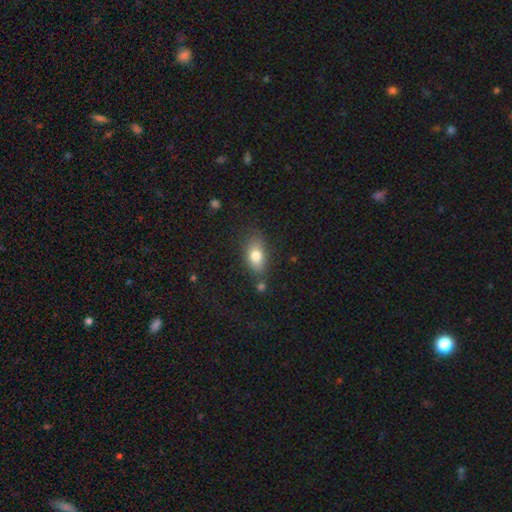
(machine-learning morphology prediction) Q: Smooth or featured?
A: smooth (79%); runner-up: featured or disk (13%)
Q: How rounded?
A: in between (84%); runner-up: round (11%)
Q: Merging?
A: none (71%); runner-up: minor disturbance (17%)